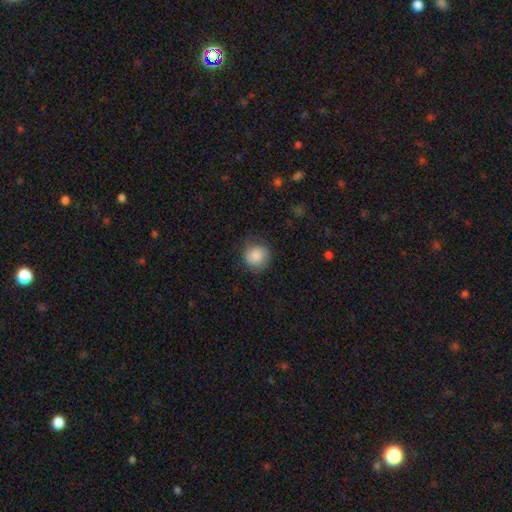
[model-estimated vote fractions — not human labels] smooth-or-featured: smooth: 84% | featured or disk: 9% | star or artifact: 7%
  how-rounded: round: 88% | in between: 11% | cigar-shaped: 1%
  merging: none: 72% | minor disturbance: 20% | major disturbance: 7% | merger: 1%